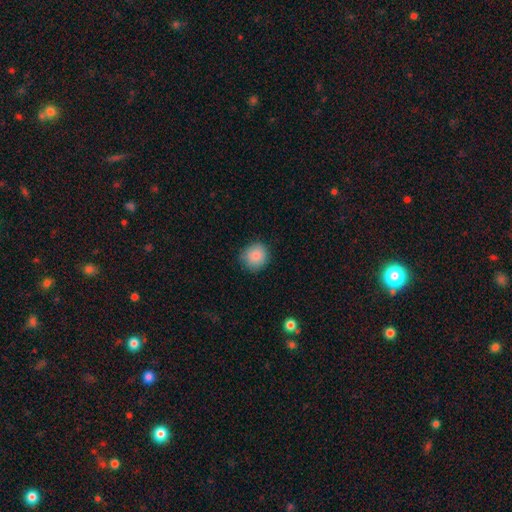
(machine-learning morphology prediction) Smooth or featured?
  - smooth: 87% *
  - star or artifact: 8%
  - featured or disk: 5%
How rounded?
  - round: 87% *
  - in between: 12%
  - cigar-shaped: 1%
Merging?
  - none: 84% *
  - minor disturbance: 12%
  - major disturbance: 3%
  - merger: 1%